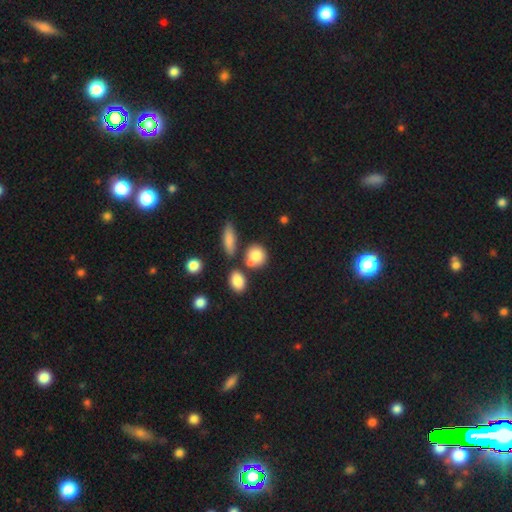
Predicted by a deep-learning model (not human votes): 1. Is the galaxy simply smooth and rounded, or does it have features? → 81% smooth, 10% featured or disk, 9% star or artifact.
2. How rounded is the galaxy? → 71% round, 26% in between, 3% cigar-shaped.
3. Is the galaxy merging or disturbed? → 61% none, 22% merger, 12% minor disturbance, 4% major disturbance.